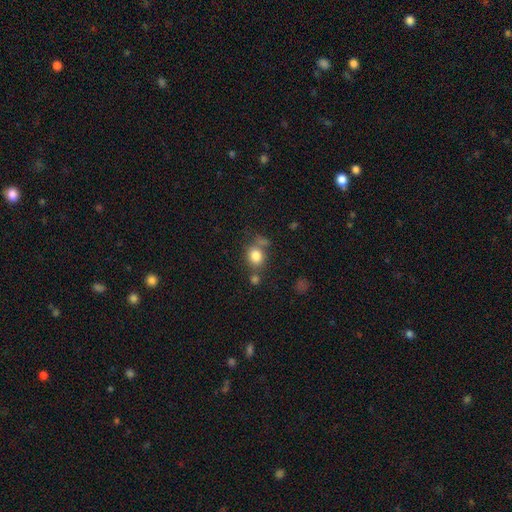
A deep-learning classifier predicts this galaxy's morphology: A smooth galaxy with no disk features (81%) that is round (62%).

Vote fractions:
- Smooth or featured? smooth: 81% / star or artifact: 11% / featured or disk: 8%
- How rounded? round: 62% / in between: 37% / cigar-shaped: 1%
- Merging? none: 60% / merger: 19% / minor disturbance: 15% / major disturbance: 7%